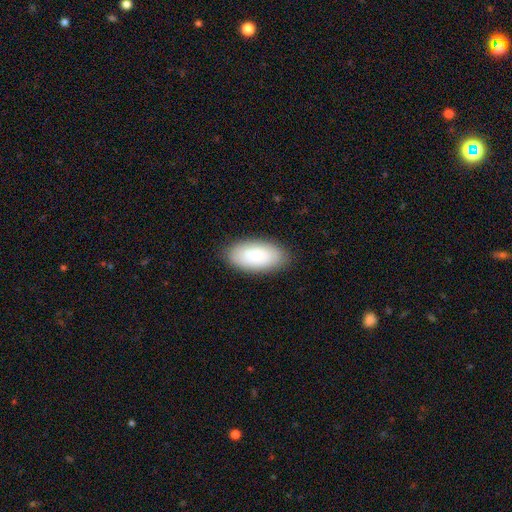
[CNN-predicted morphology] Q: Smooth or featured?
A: smooth (81%); runner-up: featured or disk (13%)
Q: How rounded?
A: in between (94%); runner-up: cigar-shaped (4%)
Q: Merging?
A: none (84%); runner-up: minor disturbance (11%)